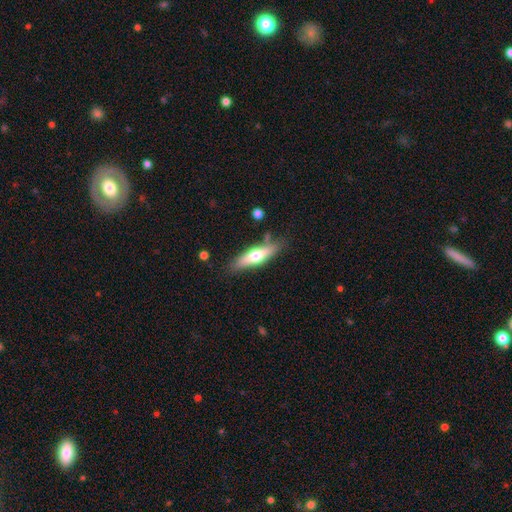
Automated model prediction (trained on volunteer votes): smooth_or_featured: featured or disk (p=0.48) [alt: smooth p=0.46]
merging: none (p=0.79) [alt: minor disturbance p=0.14]